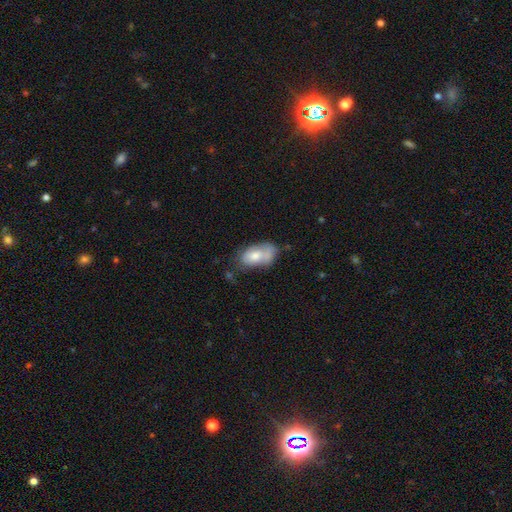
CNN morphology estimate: This is likely a smooth galaxy (71%). How rounded: clearly in between (92%). Merging: marginally none (36%).